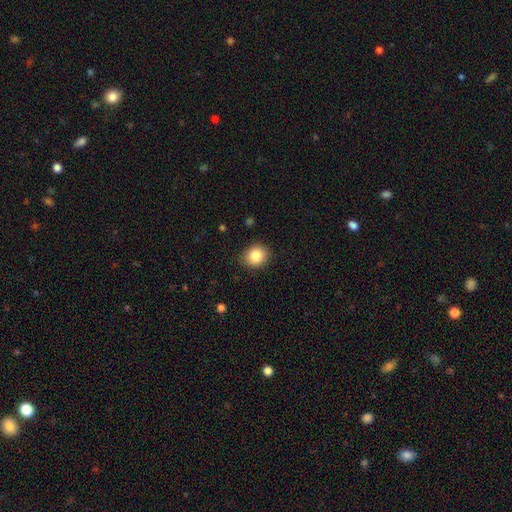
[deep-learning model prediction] Smooth or featured: smooth — 86% (star or artifact — 9%)
How rounded: round — 70% (in between — 29%)
Merging: none — 87% (minor disturbance — 10%)